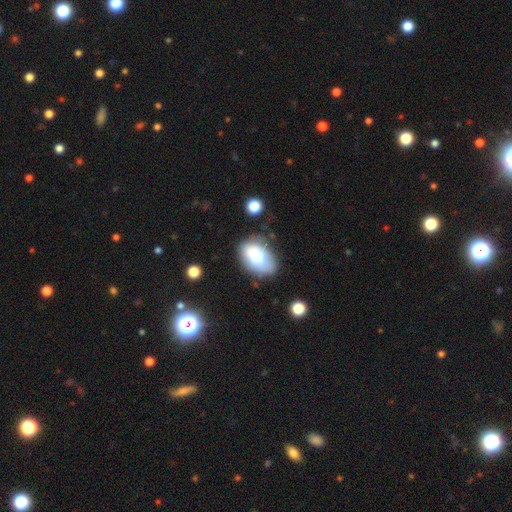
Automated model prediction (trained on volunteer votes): Smooth or featured?
  - smooth: 76% *
  - featured or disk: 16%
  - star or artifact: 8%
How rounded?
  - in between: 89% *
  - round: 9%
  - cigar-shaped: 1%
Merging?
  - none: 55% *
  - minor disturbance: 28%
  - major disturbance: 11%
  - merger: 6%